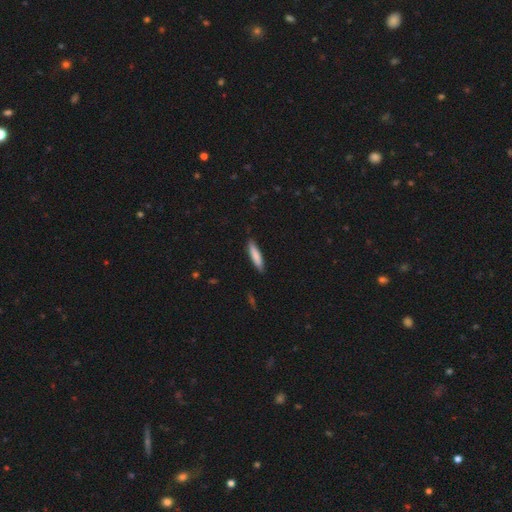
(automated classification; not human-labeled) A smooth galaxy with no disk features (83%) that is cigar-shaped (81%). Merging: none (87%).